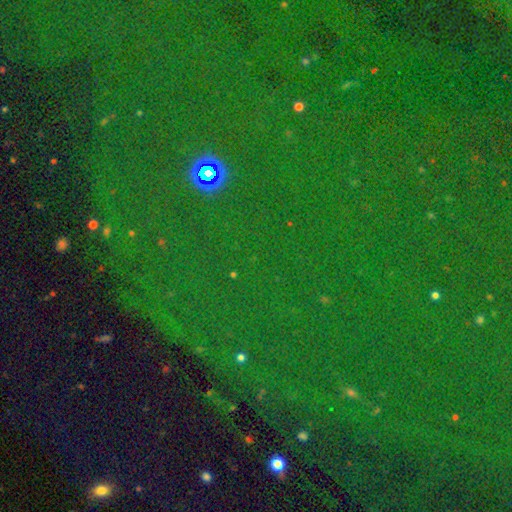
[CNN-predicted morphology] A star or artifact, not a galaxy (80%).